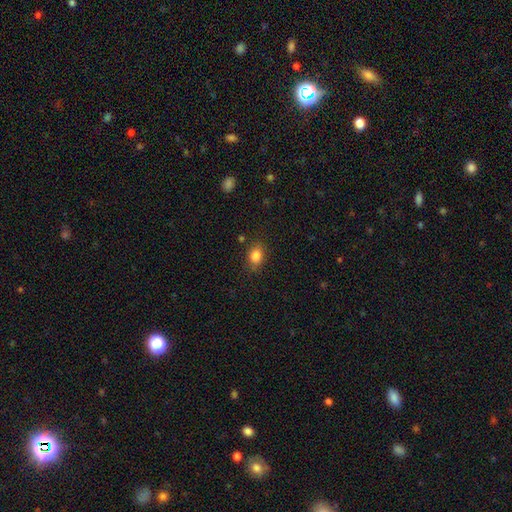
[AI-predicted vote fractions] Smooth or featured?
  - smooth: 85% *
  - star or artifact: 10%
  - featured or disk: 6%
How rounded?
  - in between: 71% *
  - round: 27%
  - cigar-shaped: 2%
Merging?
  - none: 78% *
  - minor disturbance: 16%
  - major disturbance: 4%
  - merger: 2%